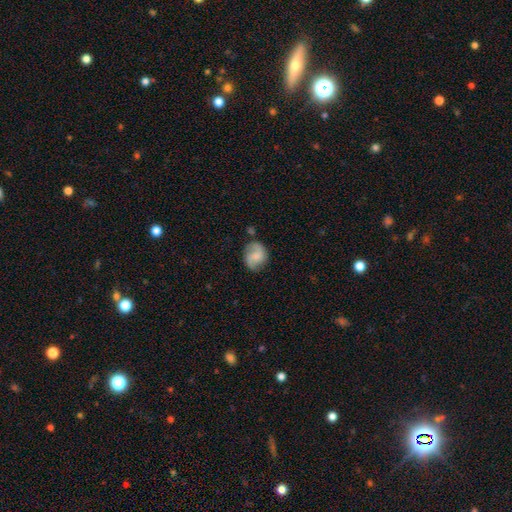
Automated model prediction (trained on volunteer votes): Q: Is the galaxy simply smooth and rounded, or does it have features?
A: featured or disk — 56%.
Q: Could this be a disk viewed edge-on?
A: no — 98%.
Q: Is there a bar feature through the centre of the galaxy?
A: no — 53%.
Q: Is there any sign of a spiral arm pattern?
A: yes — 93%.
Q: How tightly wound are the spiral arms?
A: medium — 43%.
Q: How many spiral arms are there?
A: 2 — 87%.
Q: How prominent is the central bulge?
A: none — 34%.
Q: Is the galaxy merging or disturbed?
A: none — 72%.